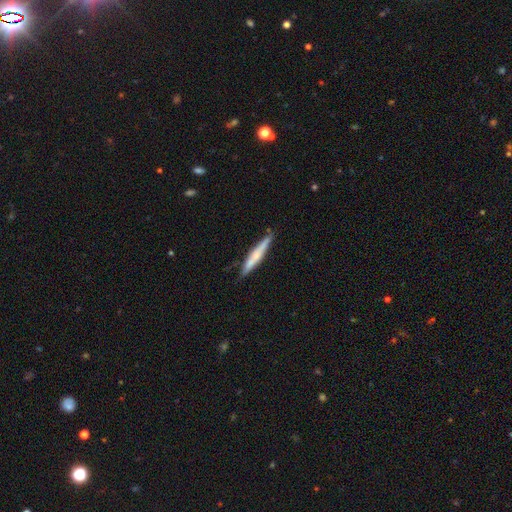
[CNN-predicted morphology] This appears to be a smooth galaxy with no disk features (53%) that is cigar-shaped (94%). Merging: none (84%).